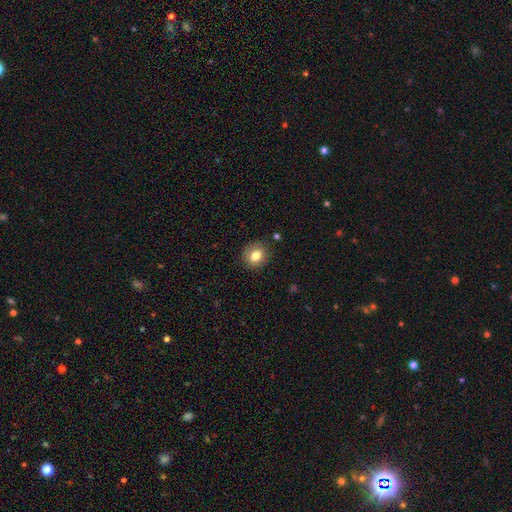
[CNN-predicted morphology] A smooth galaxy with no disk features (81%) that is round (77%).

Vote fractions:
- Smooth or featured? smooth: 81% / star or artifact: 10% / featured or disk: 9%
- How rounded? round: 77% / in between: 22% / cigar-shaped: 1%
- Merging? none: 86% / minor disturbance: 10% / major disturbance: 2% / merger: 2%